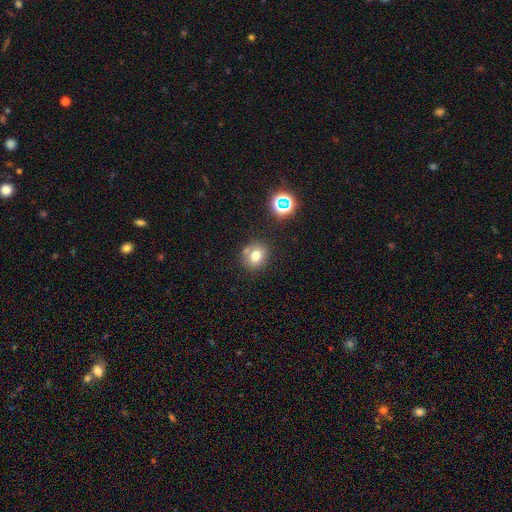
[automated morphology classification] Smooth or featured? Predicted: smooth (p=0.74). How rounded? Predicted: round (p=0.77). Merging? Predicted: none (p=0.70).